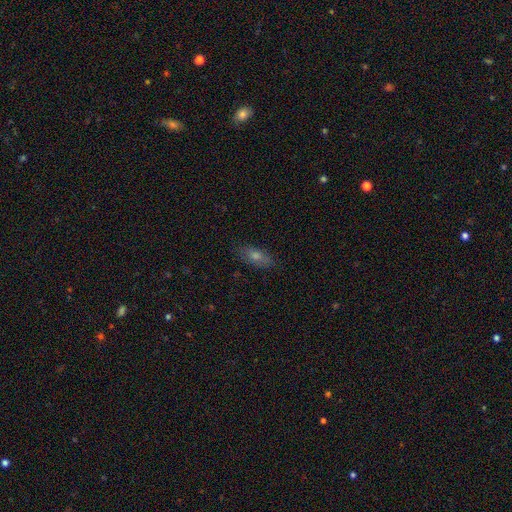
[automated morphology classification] smooth 60%, featured or disk 25%, star or artifact 16%. Down the decision tree: how rounded — in between (68%); merging — none (85%).